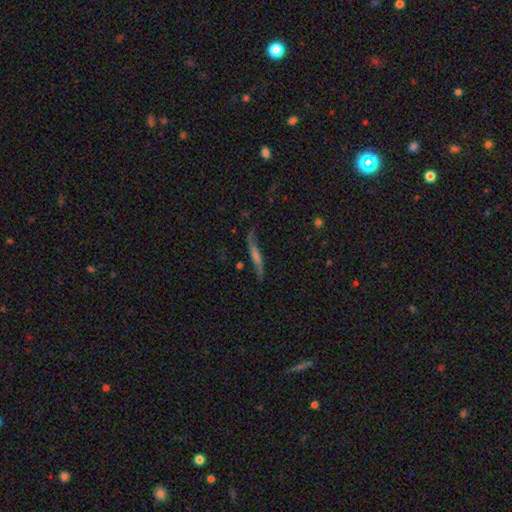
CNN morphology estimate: smooth_or_featured: featured or disk (p=0.60) [alt: smooth p=0.31]
disk_edge_on: yes (p=0.68) [alt: no p=0.32]
merging: none (p=0.70) [alt: minor disturbance p=0.20]